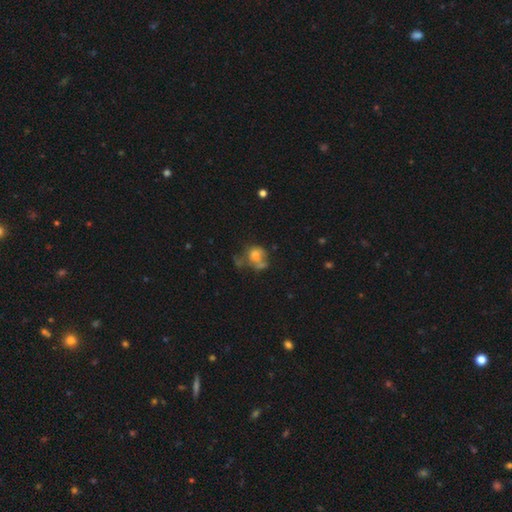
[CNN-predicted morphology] smooth_or_featured: smooth (p=0.61) [alt: featured or disk p=0.27]
how_rounded: round (p=0.60) [alt: in between p=0.39]
merging: major disturbance (p=0.29) [alt: none p=0.28]